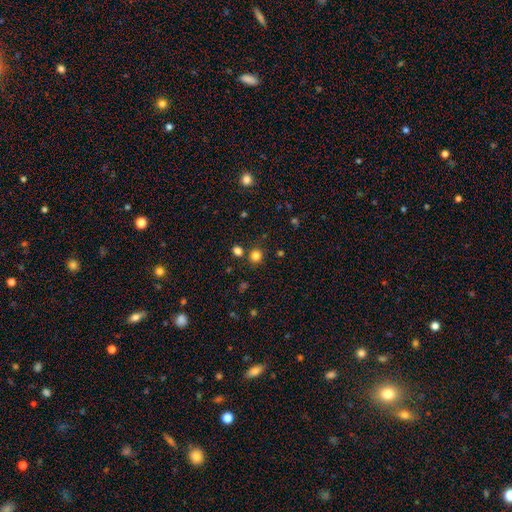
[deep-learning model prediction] This is likely a smooth galaxy (80%). How rounded: clearly round (89%). Merging: clearly none (81%).